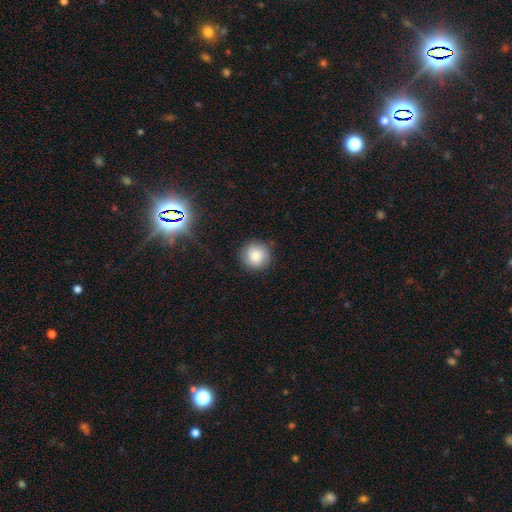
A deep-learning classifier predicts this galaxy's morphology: A smooth galaxy with no disk features (82%) that is round (94%).

Vote fractions:
- Smooth or featured? smooth: 82% / star or artifact: 10% / featured or disk: 8%
- How rounded? round: 94% / in between: 5% / cigar-shaped: 1%
- Merging? none: 87% / minor disturbance: 9% / major disturbance: 3% / merger: 1%